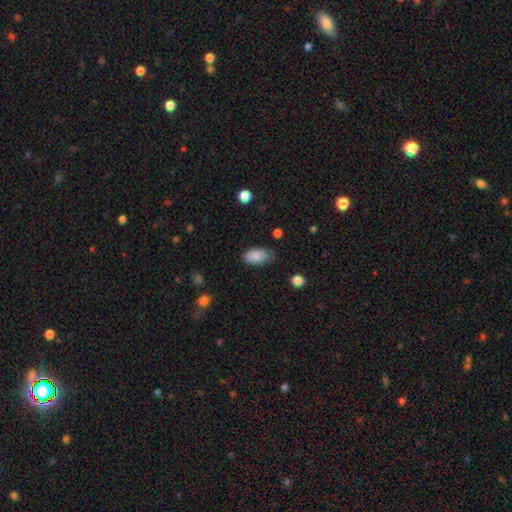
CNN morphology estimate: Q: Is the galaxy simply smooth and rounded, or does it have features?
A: smooth — 86%.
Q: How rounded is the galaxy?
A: in between — 93%.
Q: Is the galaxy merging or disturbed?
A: none — 71%.